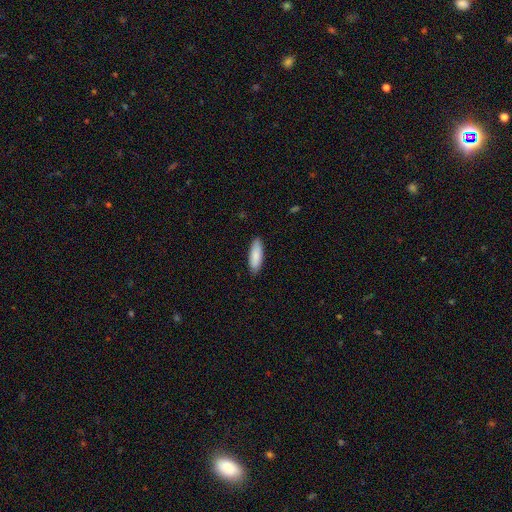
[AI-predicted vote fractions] Smooth or featured? smooth (88%)
How rounded? in between (57%)
Merging? none (89%)